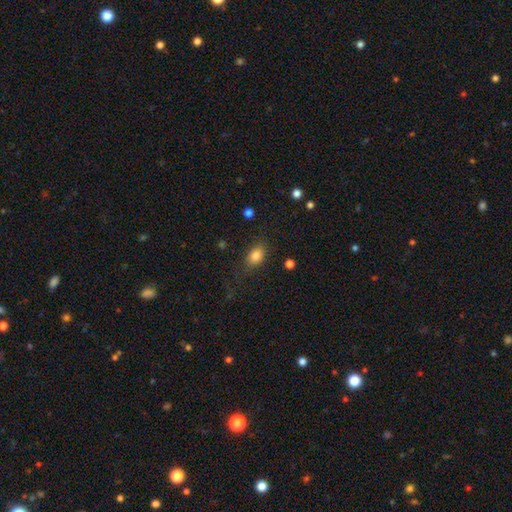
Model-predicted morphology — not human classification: smooth-or-featured: smooth: 83% | star or artifact: 10% | featured or disk: 8%
  how-rounded: in between: 75% | round: 22% | cigar-shaped: 2%
  merging: none: 76% | minor disturbance: 15% | major disturbance: 7% | merger: 2%